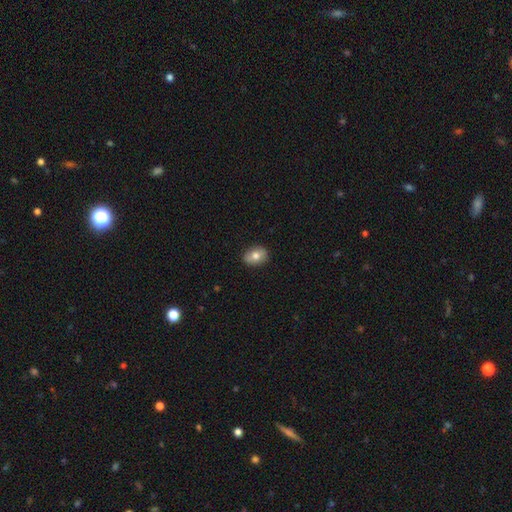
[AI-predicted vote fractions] This is likely a smooth galaxy (72%). How rounded: likely in between (71%). Merging: clearly none (87%).